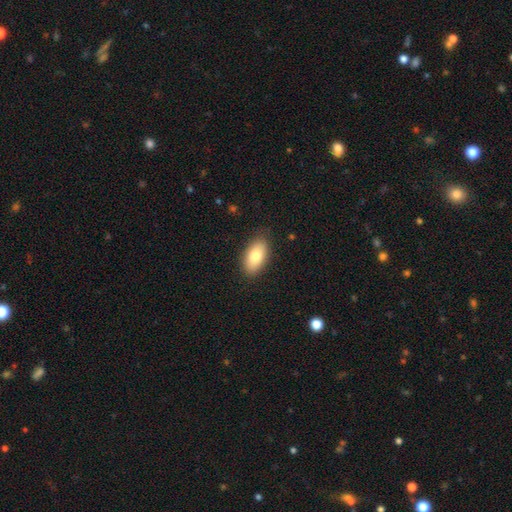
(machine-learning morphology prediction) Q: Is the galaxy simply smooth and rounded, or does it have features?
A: smooth — 82%.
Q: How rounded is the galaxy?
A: in between — 93%.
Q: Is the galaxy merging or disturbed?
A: none — 86%.